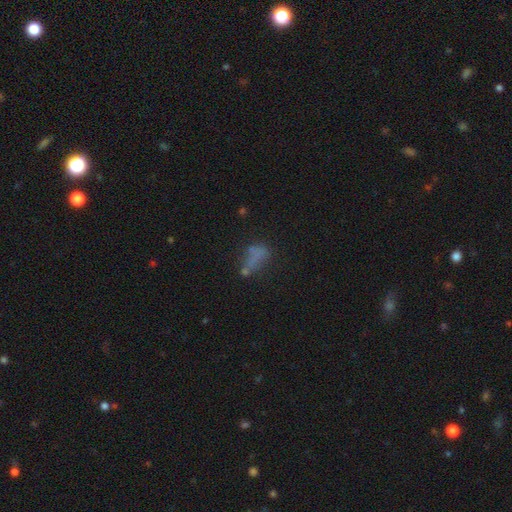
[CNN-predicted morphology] A smooth galaxy with no disk features (56%) that is in between round and cigar-shaped (75%). Merging: none (39%).